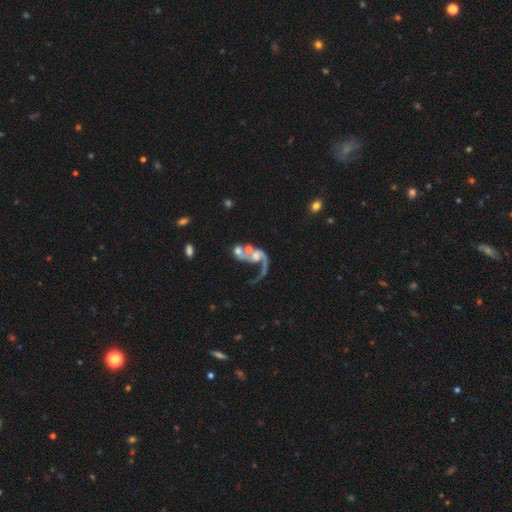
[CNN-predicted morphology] A featured or disk galaxy (77%) with no bar (64%), 1 (52%) loose (75%) spiral arms (83%) and a moderate central bulge (37%).

Vote fractions:
- Smooth or featured? featured or disk: 77% / smooth: 14% / star or artifact: 9%
- Edge-on disk? no: 97% / yes: 3%
- Bar? no: 64% / weak: 27% / strong: 8%
- Spiral arms? yes: 83% / no: 17%
- Spiral winding? loose: 75% / medium: 20% / tight: 5%
- Spiral arm count? 1: 52% / 2: 41% / can't tell: 4% / 3: 1% / 4: 1% / more than 4: 1%
- Bulge size? moderate: 37% / small: 34% / none: 19% / large: 8% / dominant: 2%
- Merging? merger: 48% / major disturbance: 26% / none: 17% / minor disturbance: 8%